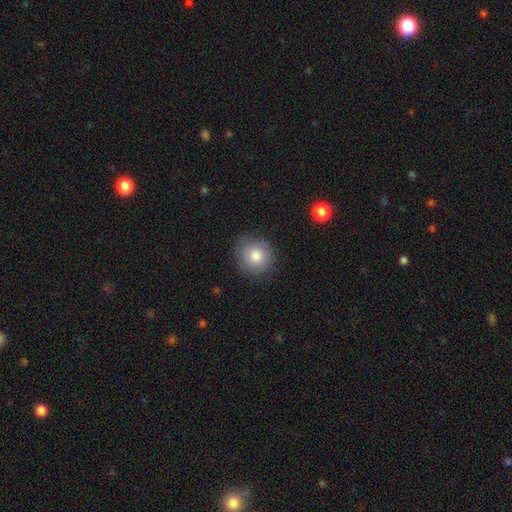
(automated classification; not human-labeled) smooth_or_featured: smooth (p=0.80) [alt: featured or disk p=0.11]
how_rounded: round (p=0.87) [alt: in between p=0.12]
merging: none (p=0.81) [alt: minor disturbance p=0.14]